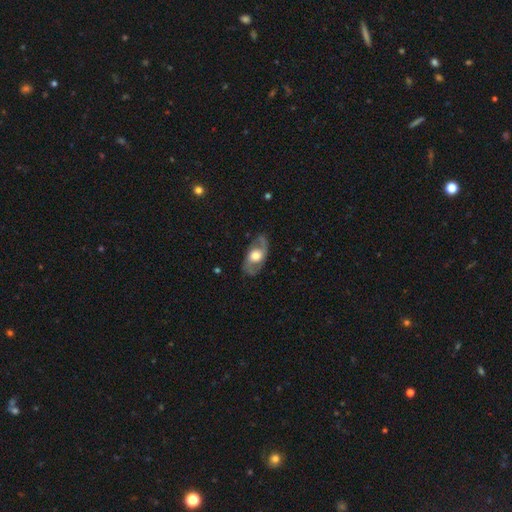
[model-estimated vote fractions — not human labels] Smooth or featured?
  - featured or disk: 71% *
  - smooth: 23%
  - star or artifact: 5%
Edge-on disk?
  - no: 91% *
  - yes: 9%
Bar?
  - no: 68% *
  - weak: 25%
  - strong: 7%
Spiral arms?
  - yes: 78% *
  - no: 22%
Spiral winding?
  - medium: 48% *
  - loose: 34%
  - tight: 18%
Spiral arm count?
  - 2: 88% *
  - can't tell: 6%
  - 1: 3%
  - 3: 1%
  - 4: 1%
  - more than 4: 1%
Bulge size?
  - moderate: 51% *
  - large: 40%
  - small: 6%
  - dominant: 3%
  - none: 1%
Merging?
  - none: 77% *
  - minor disturbance: 15%
  - major disturbance: 6%
  - merger: 1%